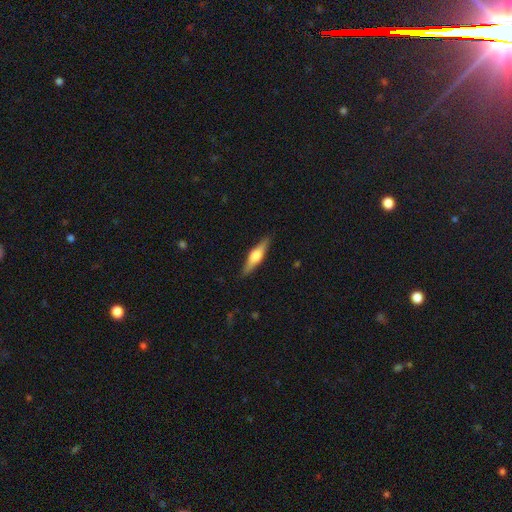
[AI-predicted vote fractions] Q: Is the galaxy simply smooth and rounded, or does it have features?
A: featured or disk — 62%.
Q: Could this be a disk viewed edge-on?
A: yes — 96%.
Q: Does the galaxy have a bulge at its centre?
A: rounded — 90%.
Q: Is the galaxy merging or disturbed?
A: none — 88%.